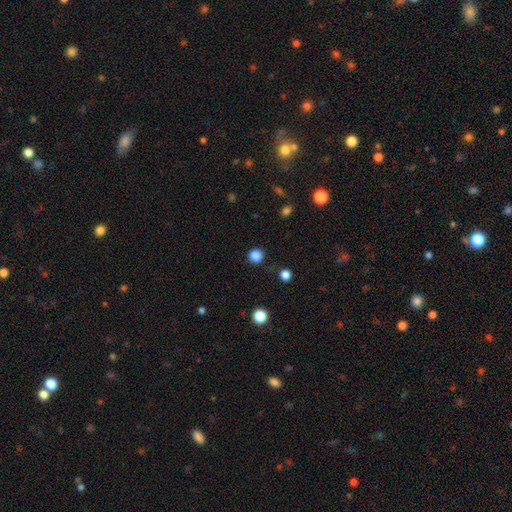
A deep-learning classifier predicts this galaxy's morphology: smooth-or-featured: smooth: 84% | star or artifact: 13% | featured or disk: 3%
  how-rounded: round: 92% | in between: 7% | cigar-shaped: 1%
  merging: none: 89% | minor disturbance: 7% | major disturbance: 2% | merger: 1%